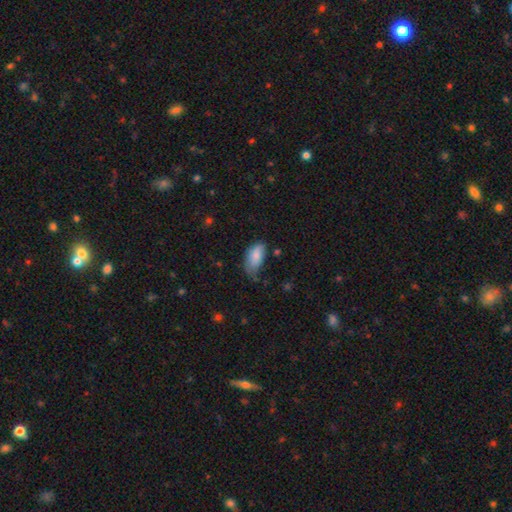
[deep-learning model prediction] Q: Smooth or featured?
A: smooth (82%); runner-up: featured or disk (11%)
Q: How rounded?
A: in between (92%); runner-up: cigar-shaped (5%)
Q: Merging?
A: none (44%); runner-up: minor disturbance (42%)